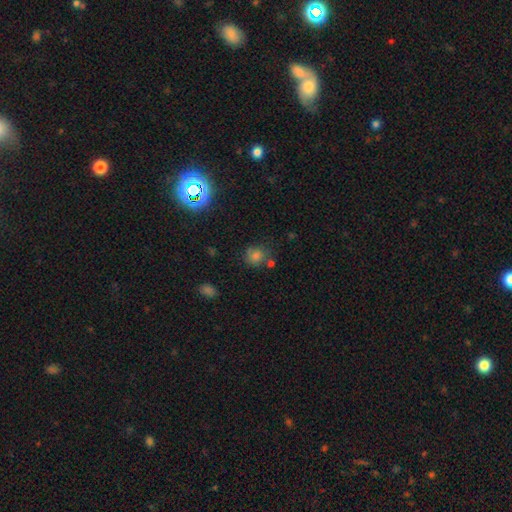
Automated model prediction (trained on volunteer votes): smooth-or-featured: smooth: 71% | star or artifact: 22% | featured or disk: 7%
  how-rounded: round: 84% | in between: 15% | cigar-shaped: 1%
  merging: none: 72% | minor disturbance: 13% | merger: 11% | major disturbance: 4%